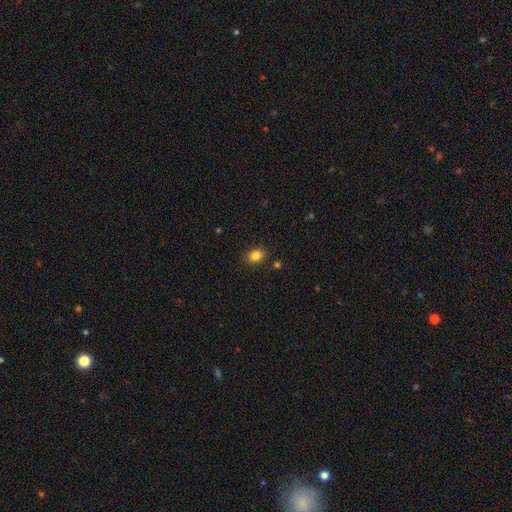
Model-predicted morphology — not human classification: Q: Smooth or featured?
A: smooth (83%); runner-up: star or artifact (11%)
Q: How rounded?
A: in between (57%); runner-up: round (42%)
Q: Merging?
A: none (85%); runner-up: minor disturbance (10%)